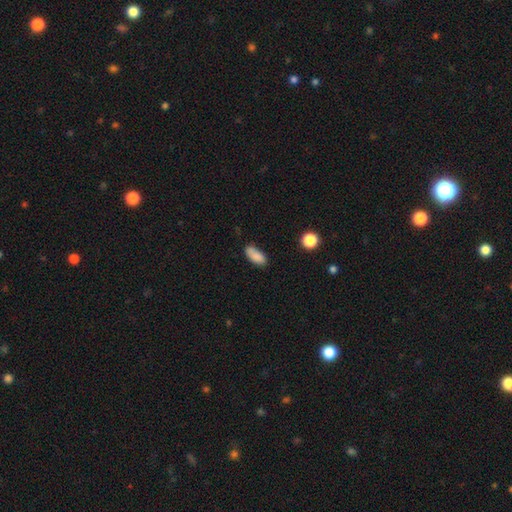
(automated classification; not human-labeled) smooth_or_featured: smooth (p=0.84) [alt: star or artifact p=0.08]
how_rounded: in between (p=0.84) [alt: cigar-shaped p=0.13]
merging: none (p=0.65) [alt: minor disturbance p=0.23]